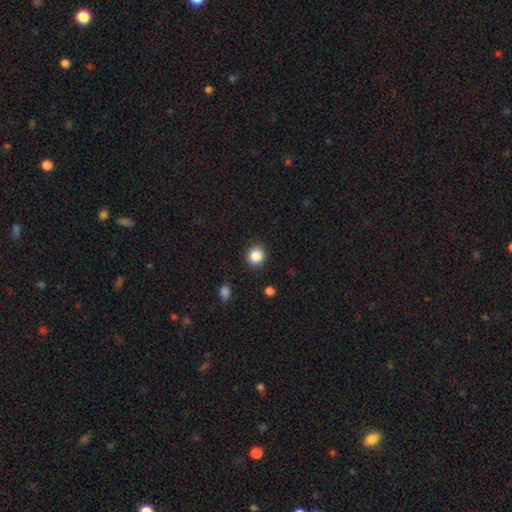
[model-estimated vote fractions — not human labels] Smooth or featured? Predicted: smooth (p=0.86). How rounded? Predicted: round (p=0.88). Merging? Predicted: none (p=0.89).